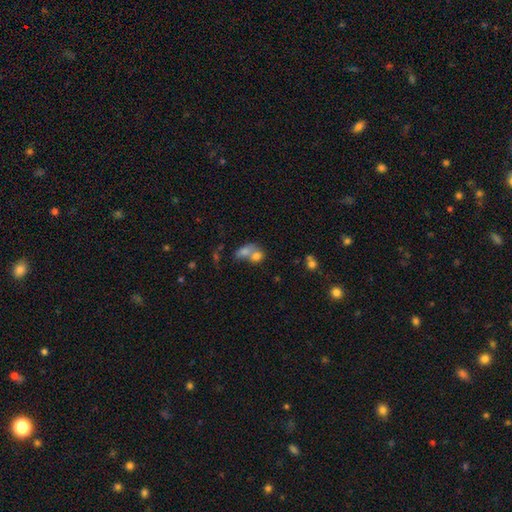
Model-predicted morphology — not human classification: smooth_or_featured: smooth (p=0.73) [alt: featured or disk p=0.17]
how_rounded: in between (p=0.61) [alt: round p=0.37]
merging: merger (p=0.69) [alt: none p=0.19]